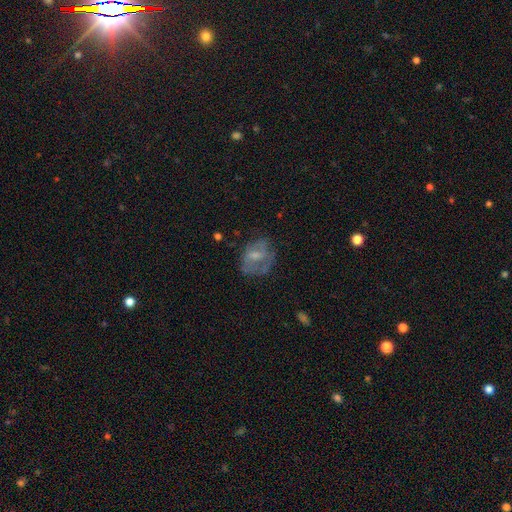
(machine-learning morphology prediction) featured or disk 50%, smooth 40%, star or artifact 9%. Down the decision tree: edge-on disk — no (96%); merging — none (49%).